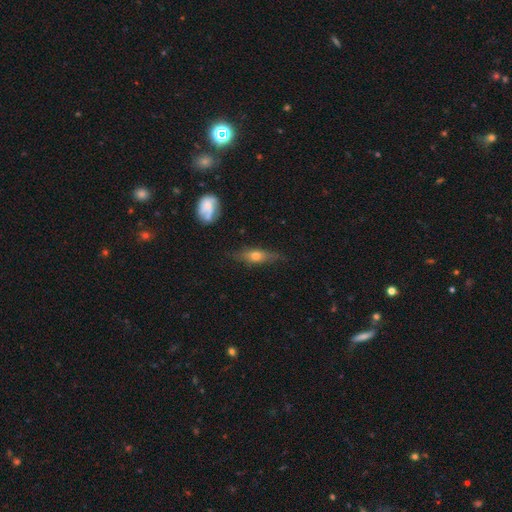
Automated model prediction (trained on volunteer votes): smooth-or-featured: smooth: 48% | featured or disk: 44% | star or artifact: 8%
  merging: none: 71% | minor disturbance: 21% | major disturbance: 6% | merger: 2%